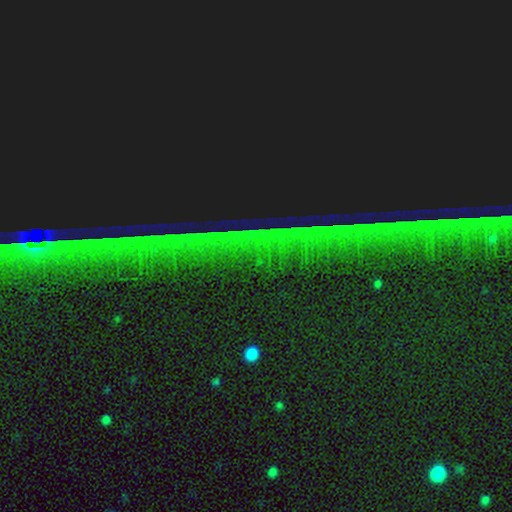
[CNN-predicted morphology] Smooth or featured: star or artifact — 85% (featured or disk — 8%)